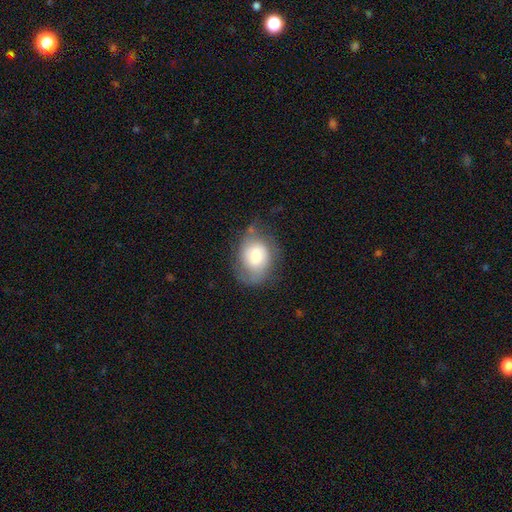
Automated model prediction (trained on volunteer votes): Overall: smooth (56%; featured or disk 36%). How rounded: in between (52%; round 47%). Merging: none (54%; minor disturbance 30%).